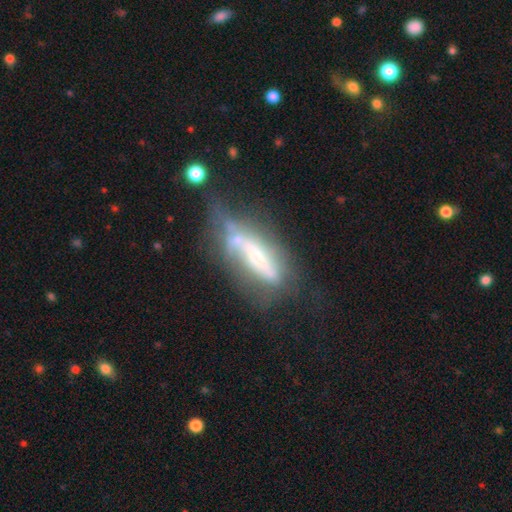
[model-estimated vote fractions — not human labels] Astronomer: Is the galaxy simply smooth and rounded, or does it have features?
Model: featured or disk — 68%.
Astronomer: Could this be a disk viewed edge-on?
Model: no — 58% (runner-up: yes, 42%).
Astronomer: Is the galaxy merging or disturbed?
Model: none — 33% (runner-up: major disturbance, 28%).